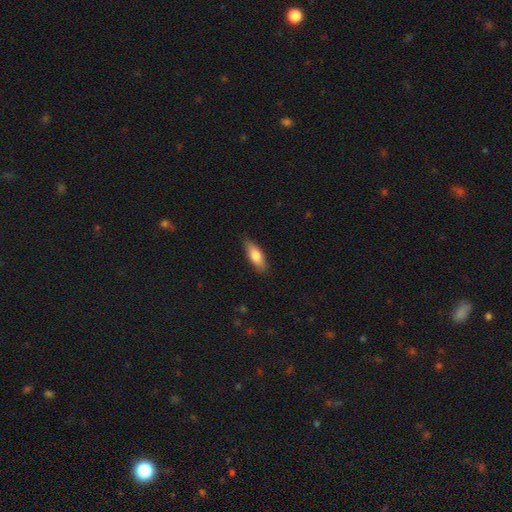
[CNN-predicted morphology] Smooth or featured? Predicted: smooth (p=0.74). How rounded? Predicted: in between (p=0.64). Merging? Predicted: none (p=0.84).